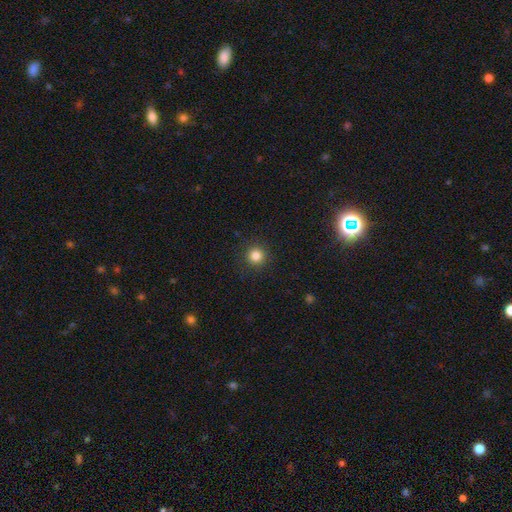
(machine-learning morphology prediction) The model was most divided on "smooth or featured": smooth: 83%, star or artifact: 12%, featured or disk: 5%. More confident: how rounded — round (95%); merging — none (91%).